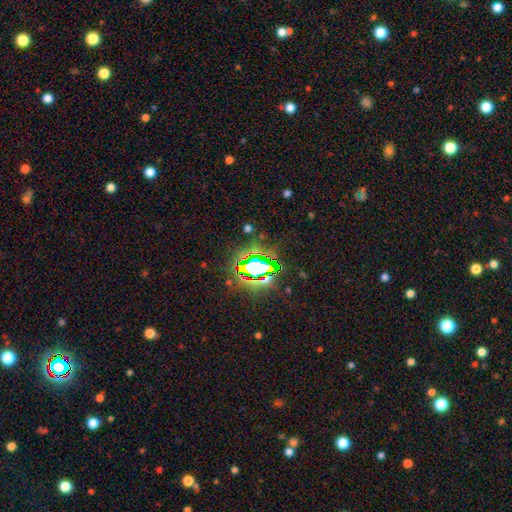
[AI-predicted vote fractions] Overall: star or artifact (83%).